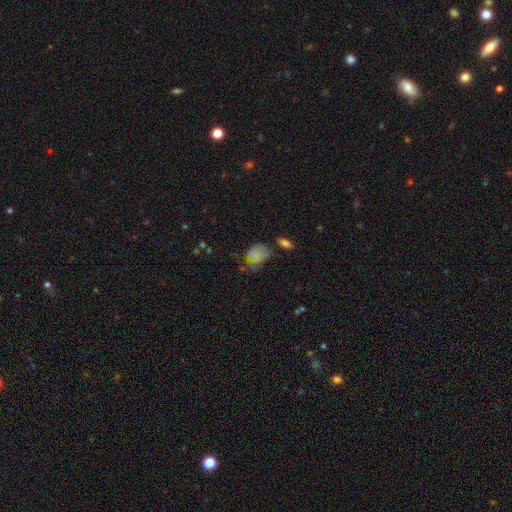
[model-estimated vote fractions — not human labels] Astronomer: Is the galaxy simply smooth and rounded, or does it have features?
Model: smooth — 73%.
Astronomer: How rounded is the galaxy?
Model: in between — 70%.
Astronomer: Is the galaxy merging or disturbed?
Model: minor disturbance — 33% (runner-up: none, 32%).